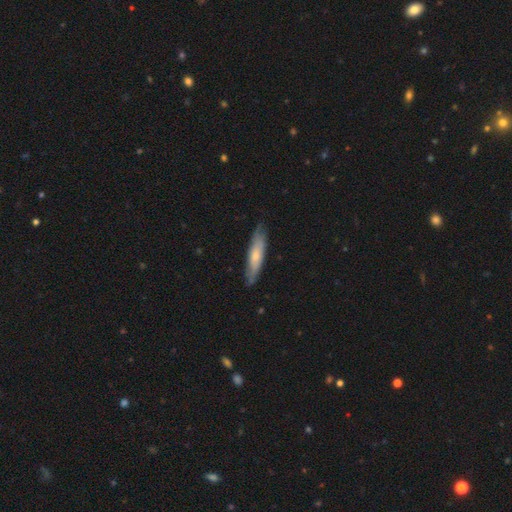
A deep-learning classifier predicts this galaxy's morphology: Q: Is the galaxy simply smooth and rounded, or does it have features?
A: smooth — 55%.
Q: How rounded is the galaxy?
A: cigar-shaped — 77%.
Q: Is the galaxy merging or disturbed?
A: none — 79%.